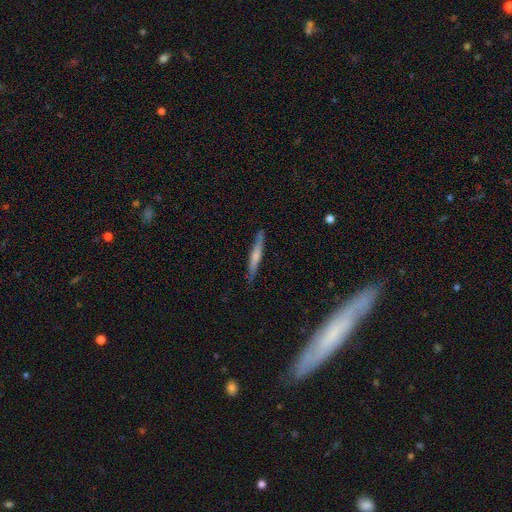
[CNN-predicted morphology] Q: Smooth or featured?
A: smooth (51%); runner-up: featured or disk (43%)
Q: How rounded?
A: cigar-shaped (95%); runner-up: in between (4%)
Q: Merging?
A: none (84%); runner-up: minor disturbance (12%)